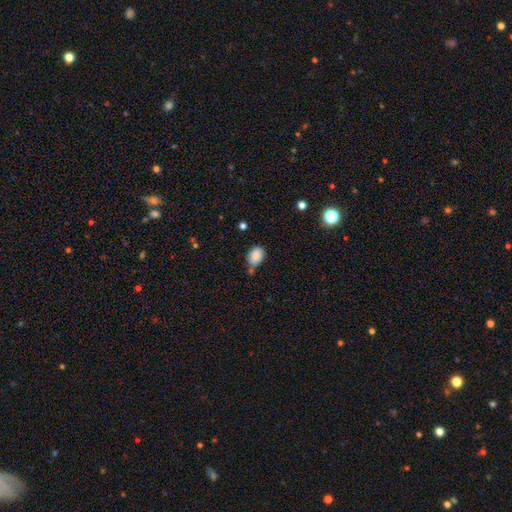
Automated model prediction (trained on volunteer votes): This appears to be a smooth galaxy with no disk features (86%) that is in between round and cigar-shaped (73%). Merging: none (53%).